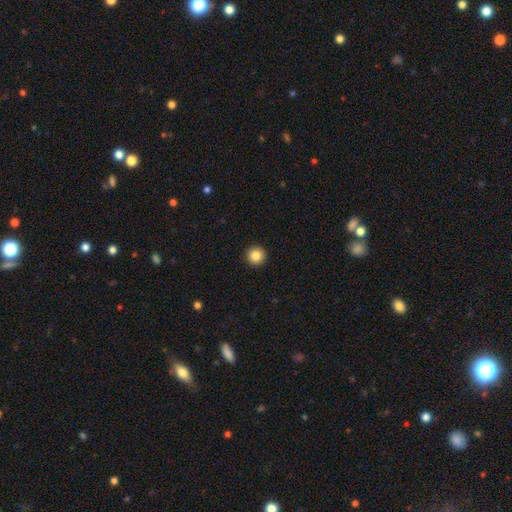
A smooth galaxy with no disk features (87%) that is round (97%). Merging: none (94%).